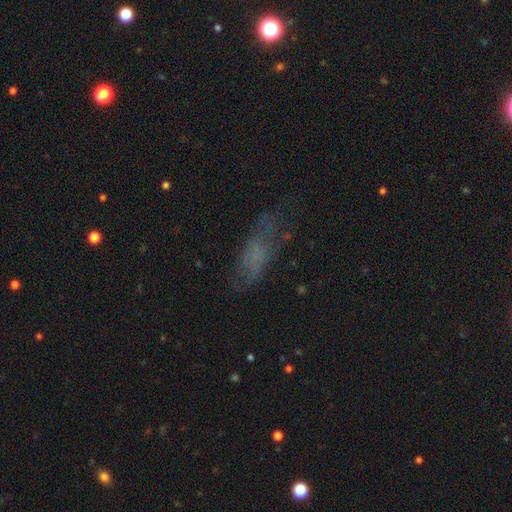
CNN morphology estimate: A smooth galaxy with no disk features (54%) that is in between round and cigar-shaped (63%). Merging: none (53%).